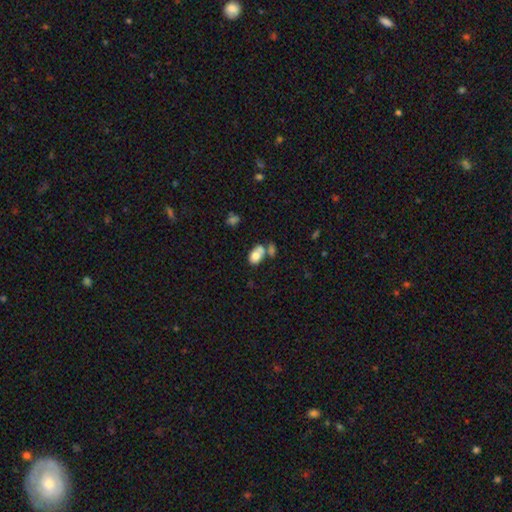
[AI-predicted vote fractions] Overall: smooth (75%). How rounded: in between (82%). Merging: merger (43%; none 36%).